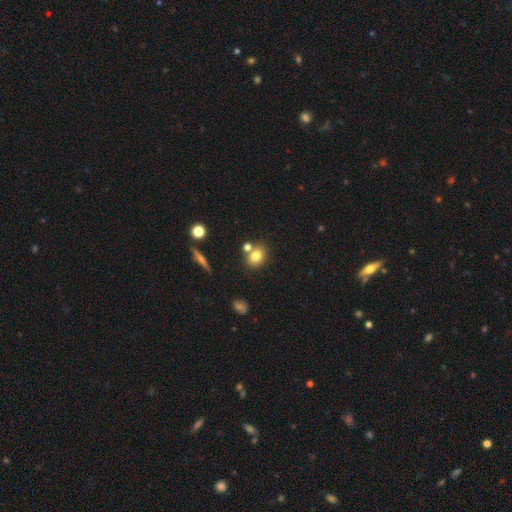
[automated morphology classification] Smooth or featured: smooth — 78% (featured or disk — 11%)
How rounded: in between — 51% (round — 47%)
Merging: none — 65% (merger — 21%)